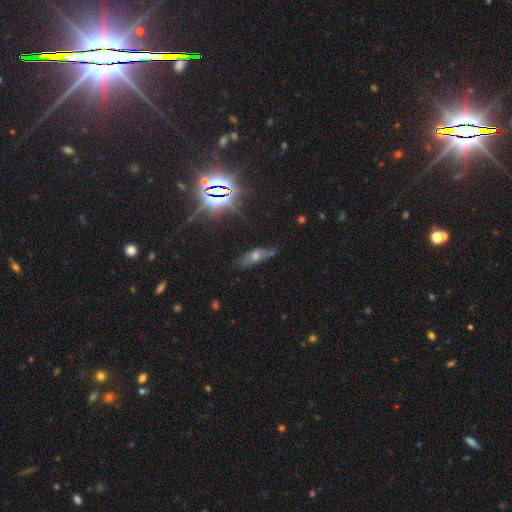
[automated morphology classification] A star or artifact, not a galaxy (36%).